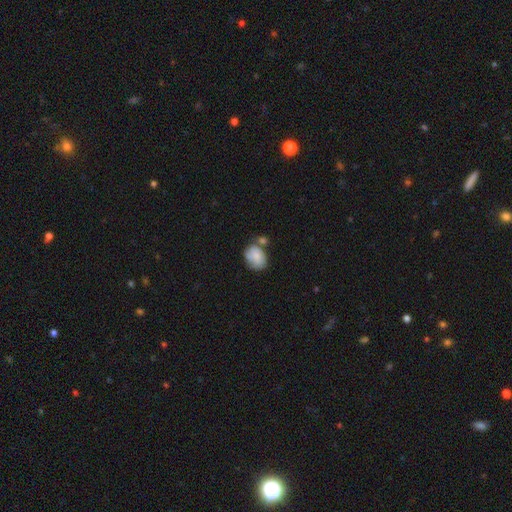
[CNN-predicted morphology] A smooth galaxy with no disk features (76%) that is in between round and cigar-shaped (68%). Merging: none (42%).